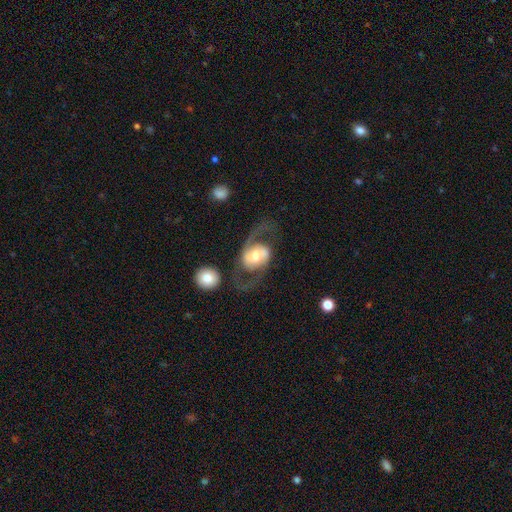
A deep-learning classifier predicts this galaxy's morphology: smooth-or-featured: featured or disk: 81% | smooth: 14% | star or artifact: 5%
  disk-edge-on: no: 96% | yes: 4%
    bar: weak: 41% | no: 38% | strong: 22%
    has-spiral-arms: yes: 90% | no: 10%
      spiral-winding: loose: 45% (tied) | medium: 45% (tied) | tight: 10%
      spiral-arm-count: 2: 91% | 1: 3% | can't tell: 3% | 3: 1% | 4: 1% | more than 4: 1%
    bulge-size: moderate: 60% | large: 20% | small: 15% | dominant: 3% | none: 2%
  merging: none: 58% | major disturbance: 21% | minor disturbance: 15% | merger: 6%